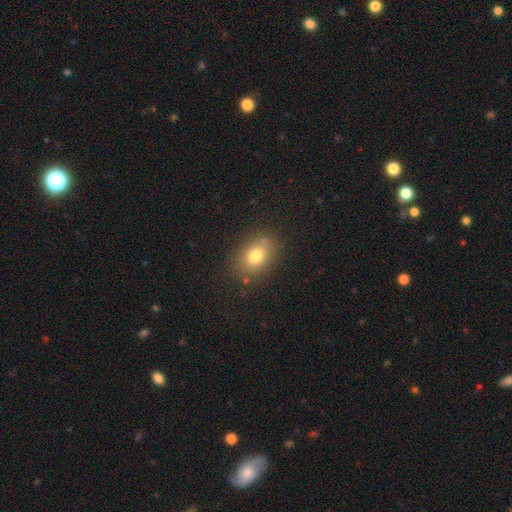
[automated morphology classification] Smooth or featured: smooth — 77% (featured or disk — 13%)
How rounded: in between — 75% (round — 24%)
Merging: none — 79% (minor disturbance — 14%)